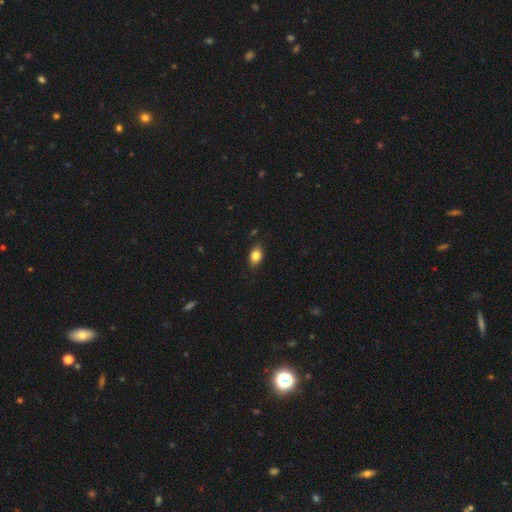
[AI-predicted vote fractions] Q: Smooth or featured?
A: smooth (81%); runner-up: featured or disk (10%)
Q: How rounded?
A: in between (82%); runner-up: round (14%)
Q: Merging?
A: none (81%); runner-up: minor disturbance (14%)